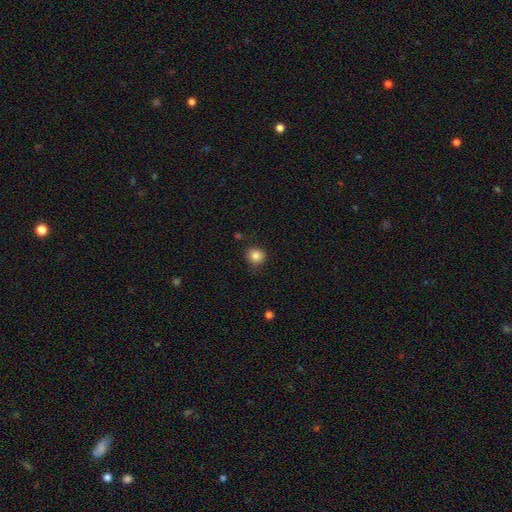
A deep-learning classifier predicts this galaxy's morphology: Smooth or featured?
  - smooth: 84% *
  - star or artifact: 10%
  - featured or disk: 5%
How rounded?
  - round: 89% *
  - in between: 11%
  - cigar-shaped: 1%
Merging?
  - none: 84% *
  - minor disturbance: 12%
  - major disturbance: 3%
  - merger: 2%